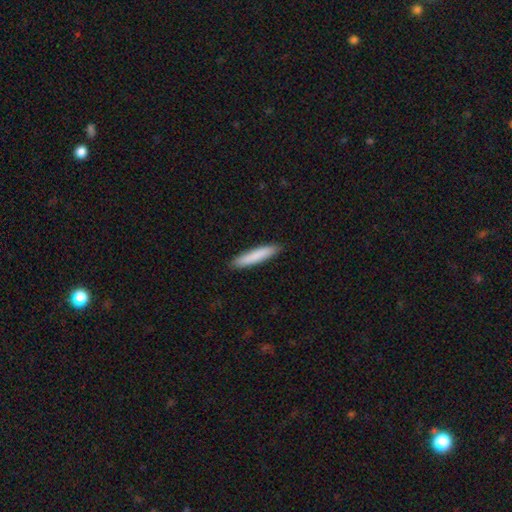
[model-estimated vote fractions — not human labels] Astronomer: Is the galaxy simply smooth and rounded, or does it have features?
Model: smooth — 84%.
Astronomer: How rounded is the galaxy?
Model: cigar-shaped — 90%.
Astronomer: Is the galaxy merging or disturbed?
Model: none — 90%.